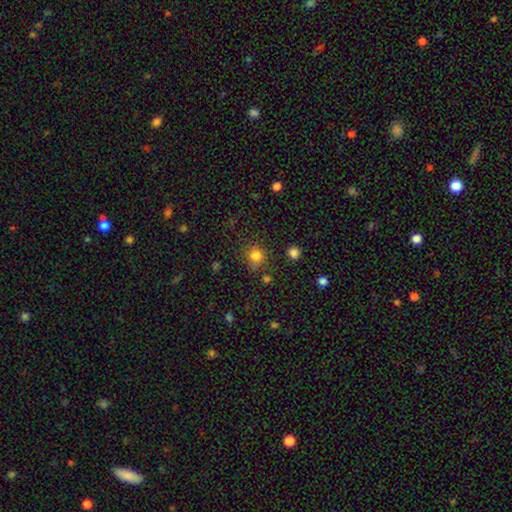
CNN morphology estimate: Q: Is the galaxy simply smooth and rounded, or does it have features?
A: smooth — 80%.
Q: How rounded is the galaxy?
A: round — 87%.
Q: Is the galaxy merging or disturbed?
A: none — 75%.